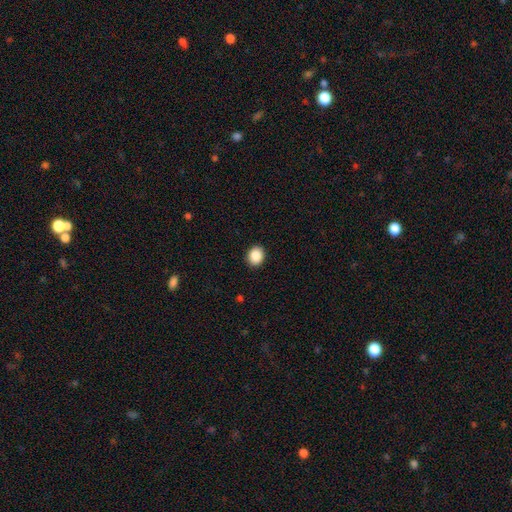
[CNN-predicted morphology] smooth_or_featured: smooth (p=0.88) [alt: star or artifact p=0.08]
how_rounded: round (p=0.67) [alt: in between p=0.32]
merging: none (p=0.91) [alt: minor disturbance p=0.06]